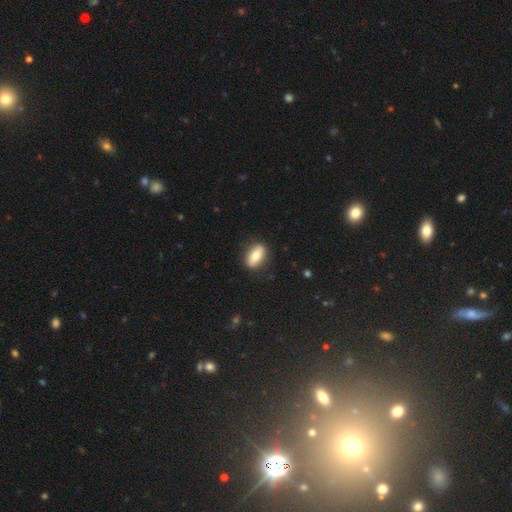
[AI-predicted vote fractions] Smooth or featured? smooth (72%)
How rounded? in between (83%)
Merging? none (85%)